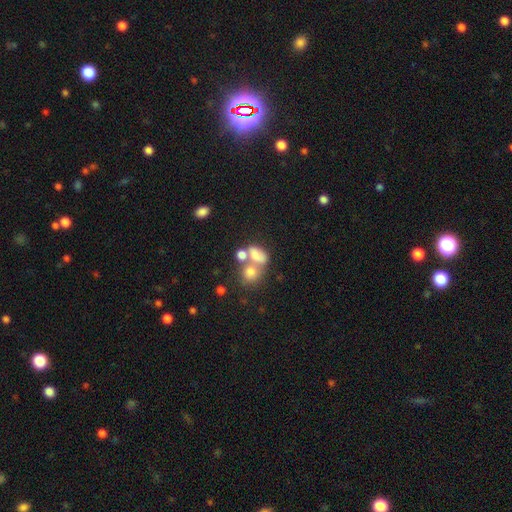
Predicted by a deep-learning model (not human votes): Smooth or featured: smooth — 66% (featured or disk — 21%)
How rounded: in between — 64% (round — 34%)
Merging: merger — 55% (none — 25%)